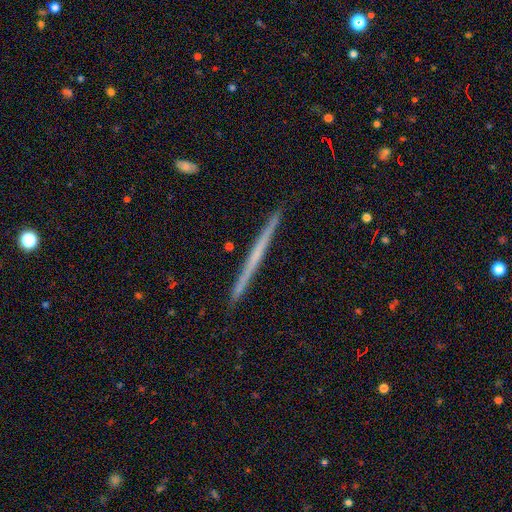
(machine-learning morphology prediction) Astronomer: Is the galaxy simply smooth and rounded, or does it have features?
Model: featured or disk — 56% (runner-up: smooth, 37%).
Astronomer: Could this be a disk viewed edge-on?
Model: yes — 98%.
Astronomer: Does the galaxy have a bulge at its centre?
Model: none — 91%.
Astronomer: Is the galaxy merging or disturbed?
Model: none — 93%.